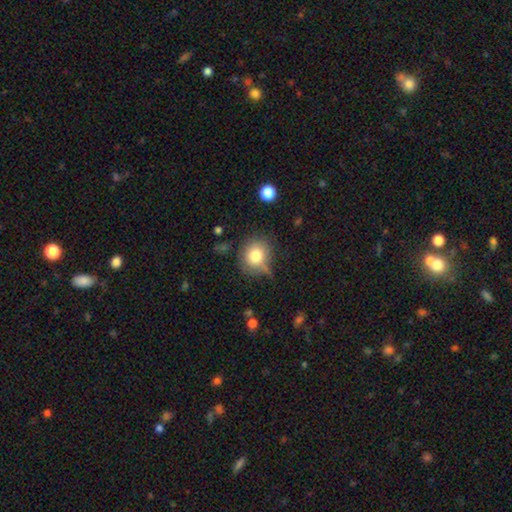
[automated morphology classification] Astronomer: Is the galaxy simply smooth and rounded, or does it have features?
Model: smooth — 79%.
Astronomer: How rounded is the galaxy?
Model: round — 82%.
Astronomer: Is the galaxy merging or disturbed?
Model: none — 65%.